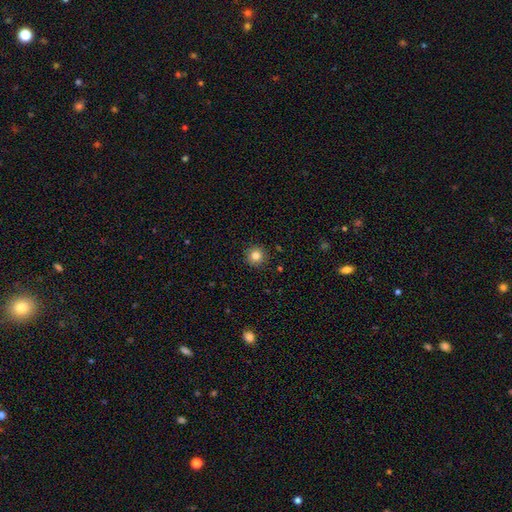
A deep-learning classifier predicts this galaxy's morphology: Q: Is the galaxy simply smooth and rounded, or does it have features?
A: smooth — 83%.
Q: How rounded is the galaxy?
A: round — 95%.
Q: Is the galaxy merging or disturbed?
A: none — 92%.